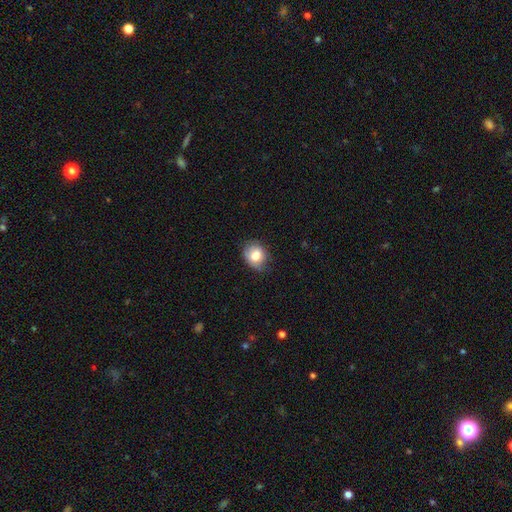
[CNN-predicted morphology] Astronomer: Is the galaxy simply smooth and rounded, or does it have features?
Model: smooth — 79%.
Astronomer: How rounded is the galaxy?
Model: round — 60% (runner-up: in between, 39%).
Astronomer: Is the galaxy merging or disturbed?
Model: none — 69%.